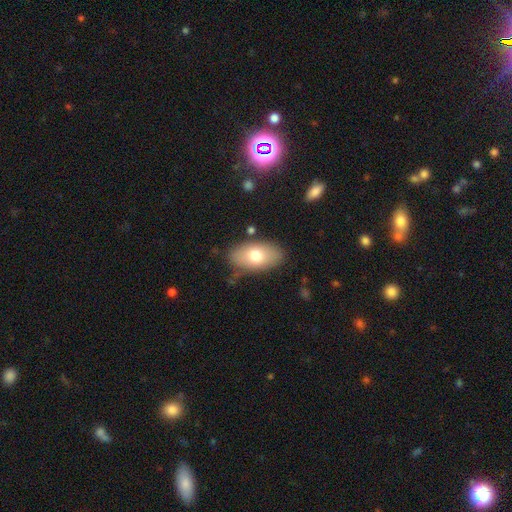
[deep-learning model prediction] smooth-or-featured: smooth: 72% | featured or disk: 21% | star or artifact: 7%
  how-rounded: in between: 93% | round: 5% | cigar-shaped: 2%
  merging: none: 80% | minor disturbance: 14% | major disturbance: 4% | merger: 2%